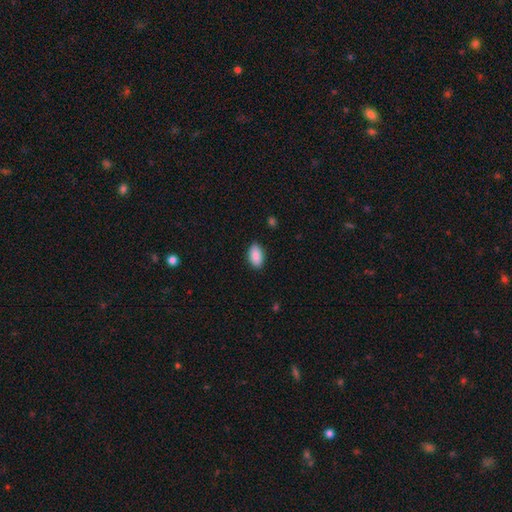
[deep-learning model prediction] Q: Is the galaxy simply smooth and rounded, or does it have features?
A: smooth — 90%.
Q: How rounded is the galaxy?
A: in between — 93%.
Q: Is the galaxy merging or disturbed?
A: none — 87%.